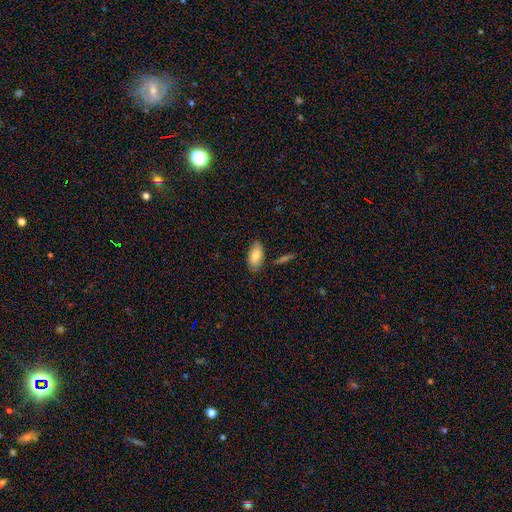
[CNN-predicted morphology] A smooth galaxy with no disk features (82%) that is in between round and cigar-shaped (92%).

Vote fractions:
- Smooth or featured? smooth: 82% / featured or disk: 11% / star or artifact: 6%
- How rounded? in between: 92% / cigar-shaped: 5% / round: 3%
- Merging? none: 74% / minor disturbance: 18% / merger: 5% / major disturbance: 3%